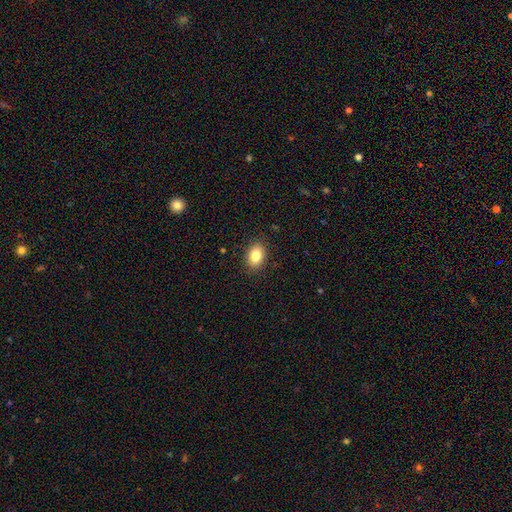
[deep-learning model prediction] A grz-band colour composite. It shows a smooth galaxy with no disk features (84%) that is in between round and cigar-shaped (80%). Merging: none (88%).